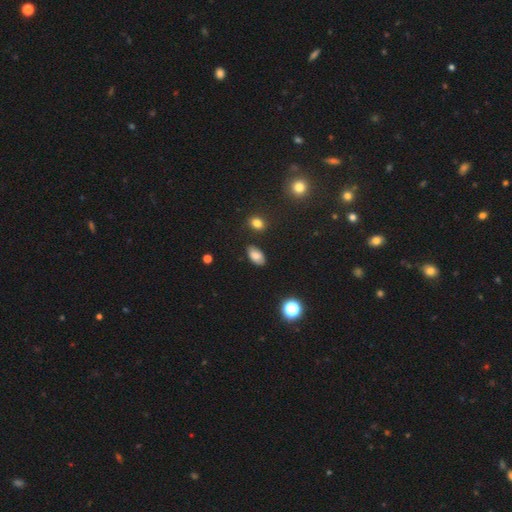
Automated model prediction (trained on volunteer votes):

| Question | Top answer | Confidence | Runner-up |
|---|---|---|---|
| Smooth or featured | smooth | 77% | star or artifact (11%) |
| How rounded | in between | 92% | round (5%) |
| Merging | none | 83% | minor disturbance (12%) |